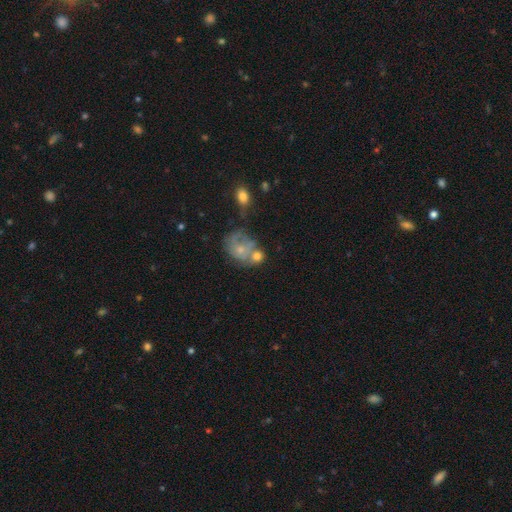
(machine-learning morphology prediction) featured or disk 49%, smooth 38%, star or artifact 13%. Down the decision tree: merging — none (37%).